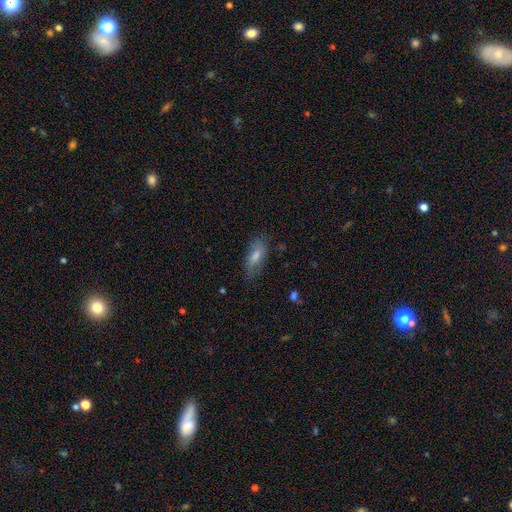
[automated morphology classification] The model was most divided on "how rounded": in between: 65%, cigar-shaped: 32%, round: 3%. More confident: merging — none (73%); smooth or featured — smooth (63%).